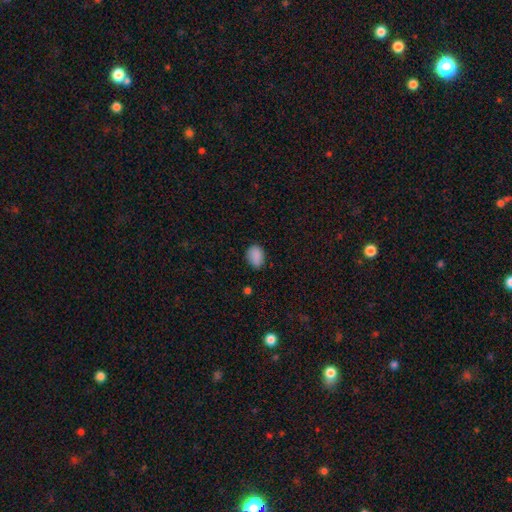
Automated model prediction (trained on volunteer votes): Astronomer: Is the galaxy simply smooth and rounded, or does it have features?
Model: smooth — 88%.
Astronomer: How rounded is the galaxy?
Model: in between — 78%.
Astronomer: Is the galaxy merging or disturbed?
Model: none — 80%.